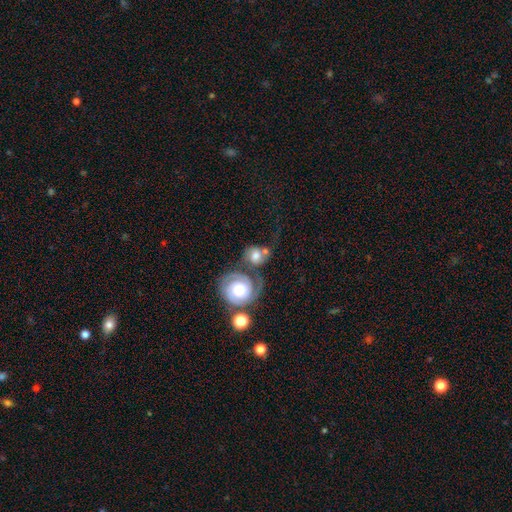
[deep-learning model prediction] smooth-or-featured: featured or disk: 46% (tied) | smooth: 46% (tied) | star or artifact: 7%
  merging: merger: 40% | none: 34% | minor disturbance: 14% | major disturbance: 12%